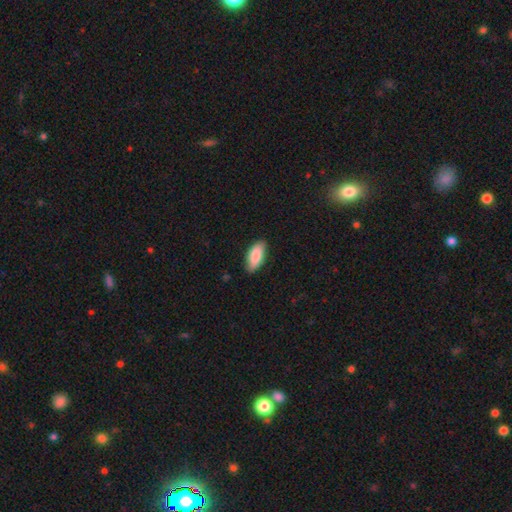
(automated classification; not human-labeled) Morphology: type=smooth (85%); roundness=in between (86%); merging=none (83%).